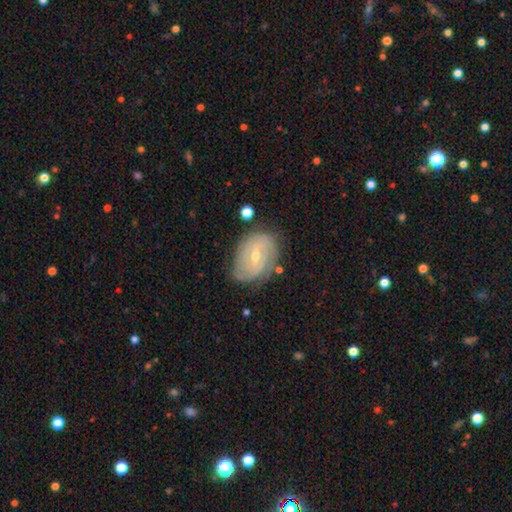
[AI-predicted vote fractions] Morphology: type=featured or disk (80%); edge-on=no (96%); bar=weak (55%); spiral arms=yes (91%); winding=tight (68%); arm count=2 (38%); bulge=small (51%); merging=none (72%).